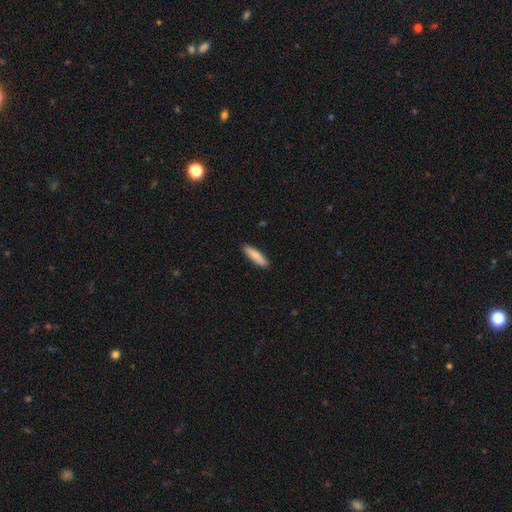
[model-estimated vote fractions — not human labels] Smooth or featured: smooth — 87% (featured or disk — 8%)
How rounded: cigar-shaped — 75% (in between — 24%)
Merging: none — 89% (minor disturbance — 8%)